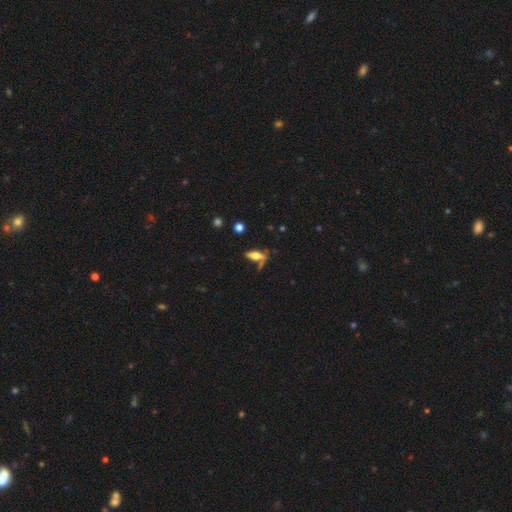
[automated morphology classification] Overall: smooth (58%; featured or disk 32%). How rounded: in between (61%; cigar-shaped 35%). Merging: none (52%; minor disturbance 20%).